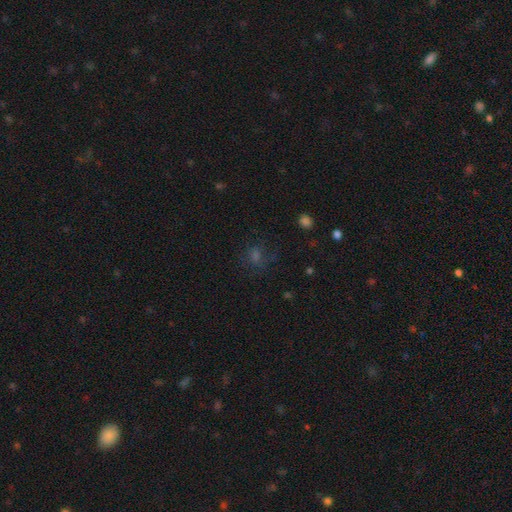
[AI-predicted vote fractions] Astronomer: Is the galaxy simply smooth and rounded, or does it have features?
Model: smooth — 43% (runner-up: star or artifact, 38%).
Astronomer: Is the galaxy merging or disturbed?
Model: none — 65%.